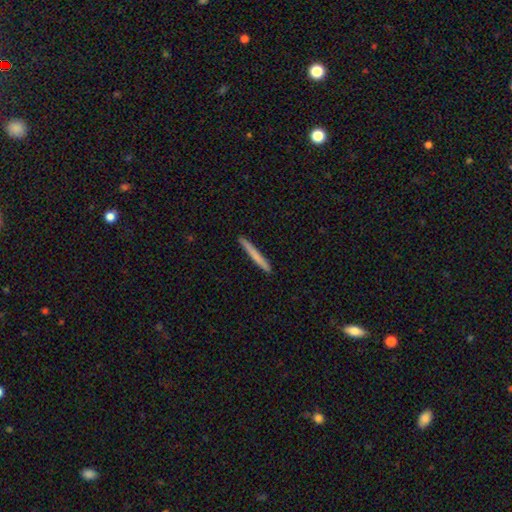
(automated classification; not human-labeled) Smooth or featured? Predicted: smooth (p=0.71). How rounded? Predicted: cigar-shaped (p=0.97). Merging? Predicted: none (p=0.93).